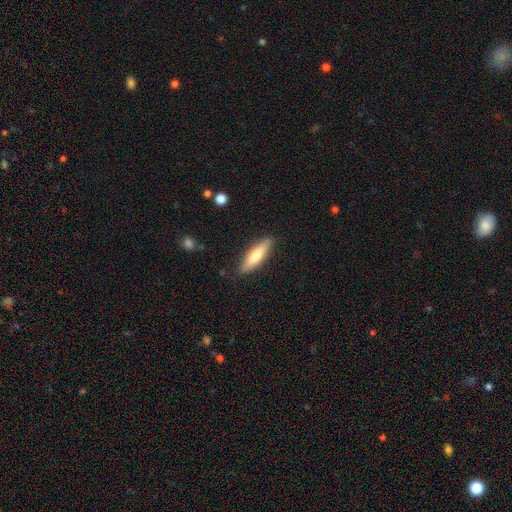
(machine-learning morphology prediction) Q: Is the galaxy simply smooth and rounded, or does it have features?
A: smooth — 71%.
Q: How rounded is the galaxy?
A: cigar-shaped — 67%.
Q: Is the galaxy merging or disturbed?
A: none — 86%.